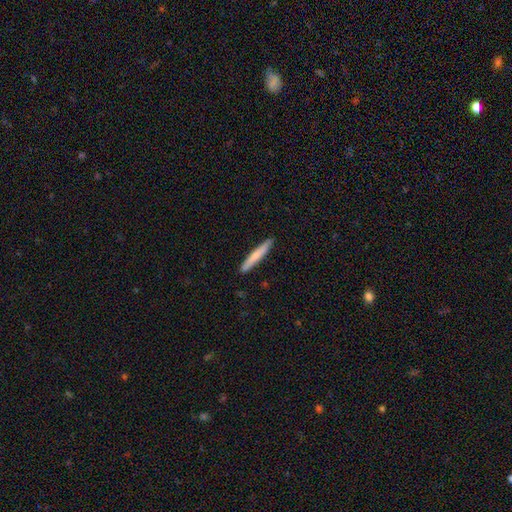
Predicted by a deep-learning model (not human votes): Smooth or featured? smooth (70%)
How rounded? cigar-shaped (96%)
Merging? none (91%)